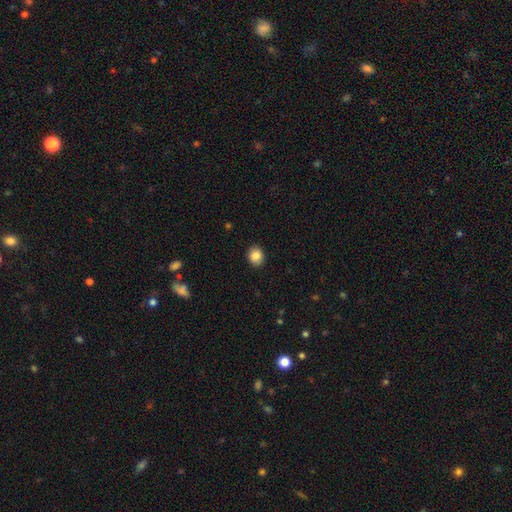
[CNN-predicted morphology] smooth-or-featured: smooth: 86% | star or artifact: 9% | featured or disk: 6%
  how-rounded: round: 54% | in between: 45% | cigar-shaped: 1%
  merging: none: 90% | minor disturbance: 7% | major disturbance: 2% | merger: 1%